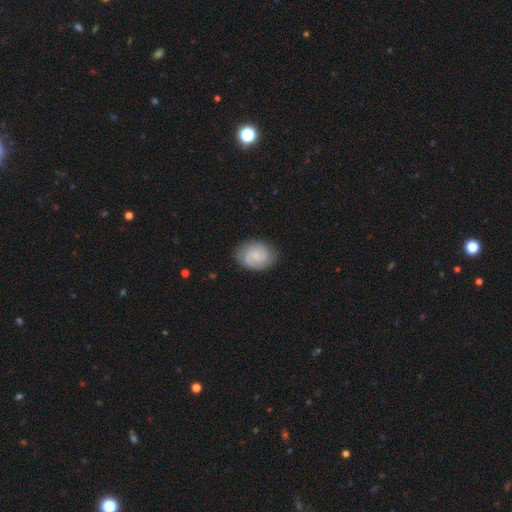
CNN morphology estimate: A featured or disk galaxy (69%) with no bar (59%), 2 (81%) tight (47%) spiral arms (96%) and a small central bulge (54%). Merging: none (83%).